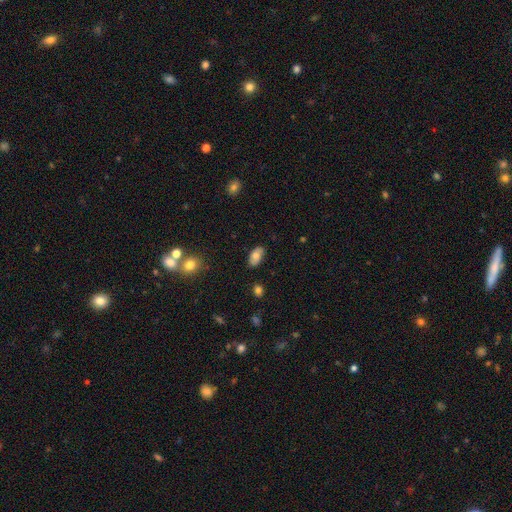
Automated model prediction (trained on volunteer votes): Smooth or featured: smooth — 66% (featured or disk — 26%)
How rounded: in between — 93% (round — 5%)
Merging: none — 82% (minor disturbance — 14%)